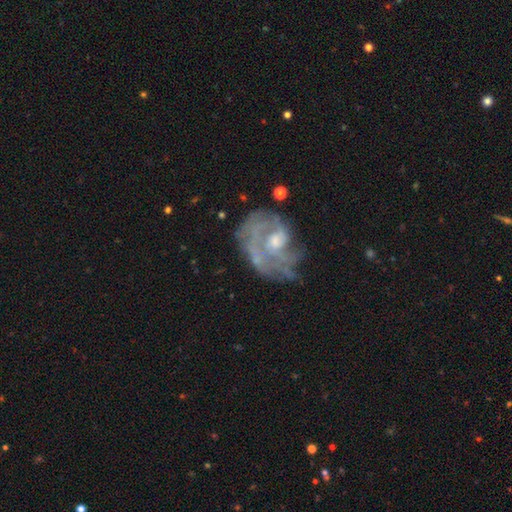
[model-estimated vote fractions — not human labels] This is likely a featured or disk galaxy (76%). It is clearly not viewed edge-on (97%). Bar: likely no (72%). Spiral arm pattern: likely yes (71%). Spiral arm count: marginally can't tell (43%). Spiral winding: possibly tight (48%). Central bulge: possibly moderate (51%). Merging: marginally none (45%).